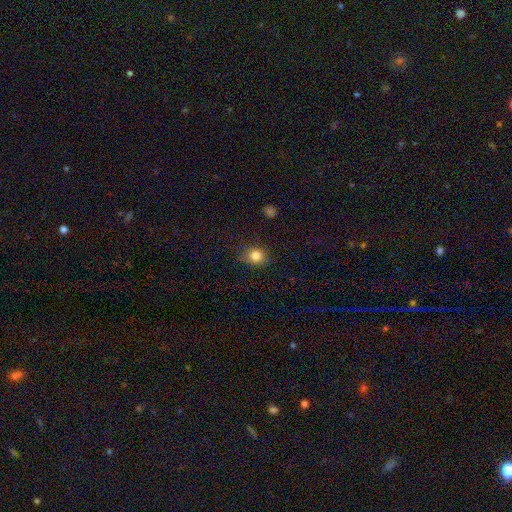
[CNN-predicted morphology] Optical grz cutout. It shows a smooth galaxy with no disk features (82%) that is round (66%). Merging: none (80%).